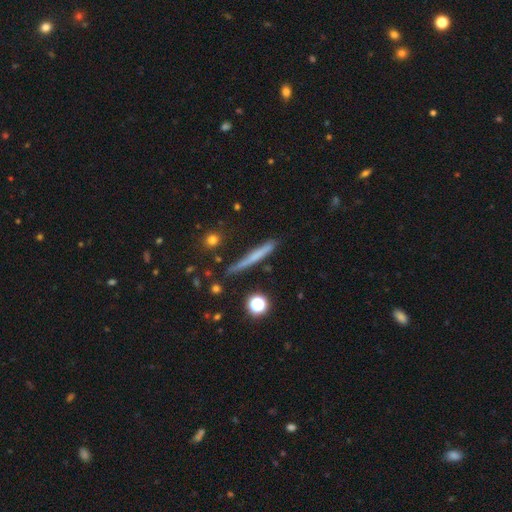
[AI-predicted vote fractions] Overall: smooth (55%; featured or disk 35%). How rounded: cigar-shaped (94%). Merging: none (82%).